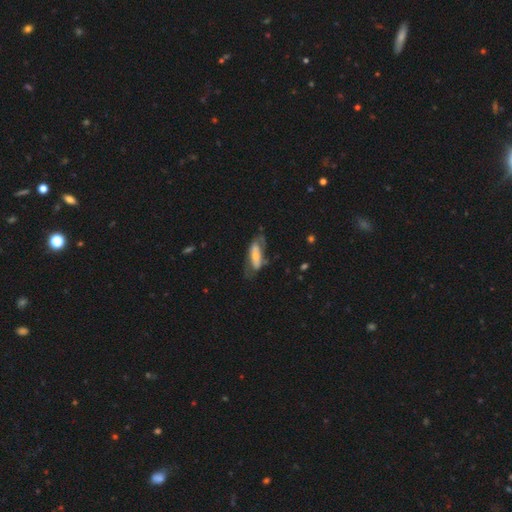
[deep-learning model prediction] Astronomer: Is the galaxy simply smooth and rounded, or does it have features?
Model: featured or disk — 51% (runner-up: smooth, 43%).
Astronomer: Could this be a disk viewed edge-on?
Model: no — 77%.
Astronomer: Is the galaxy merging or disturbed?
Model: none — 49% (runner-up: minor disturbance, 25%).